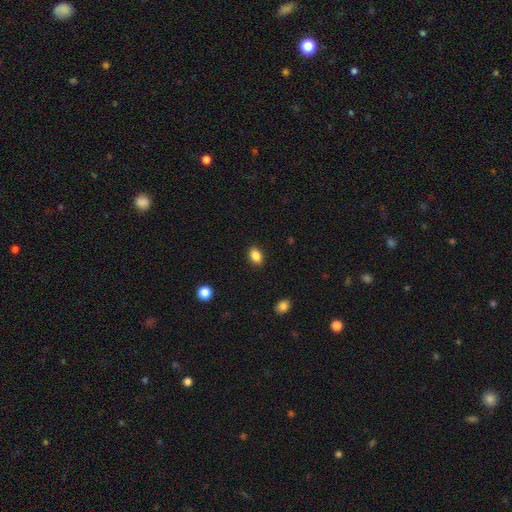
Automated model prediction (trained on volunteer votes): Smooth or featured? Predicted: smooth (p=0.87). How rounded? Predicted: in between (p=0.81). Merging? Predicted: none (p=0.89).